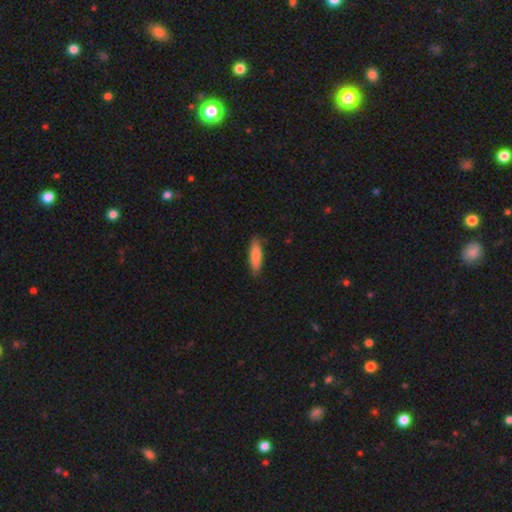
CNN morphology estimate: Smooth or featured?
  - smooth: 84% *
  - featured or disk: 11%
  - star or artifact: 5%
How rounded?
  - cigar-shaped: 62% *
  - in between: 37%
  - round: 2%
Merging?
  - none: 84% *
  - minor disturbance: 13%
  - major disturbance: 2%
  - merger: 1%